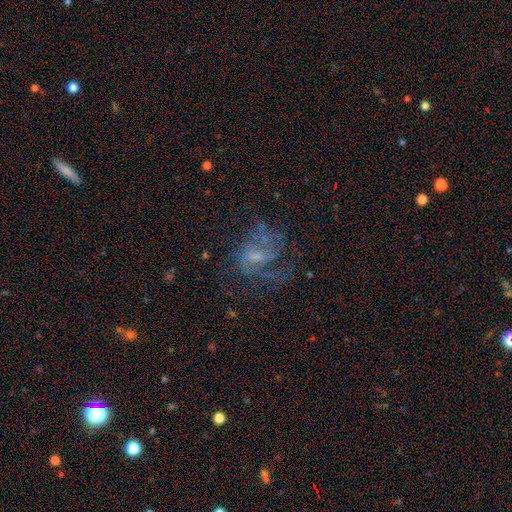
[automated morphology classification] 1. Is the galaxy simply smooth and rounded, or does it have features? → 69% featured or disk, 17% smooth, 14% star or artifact.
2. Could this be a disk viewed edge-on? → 97% no, 3% yes.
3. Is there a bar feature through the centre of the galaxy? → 46% weak, 45% no, 9% strong.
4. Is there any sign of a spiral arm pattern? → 73% yes, 27% no.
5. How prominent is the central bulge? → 40% small, 36% moderate, 18% none, 4% large, 1% dominant.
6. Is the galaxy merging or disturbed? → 43% none, 35% major disturbance, 17% minor disturbance, 4% merger.